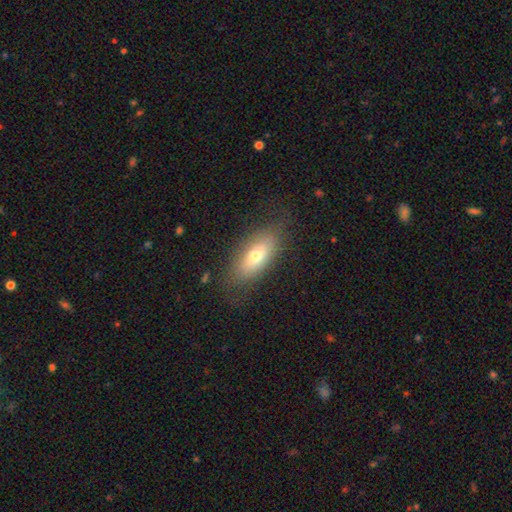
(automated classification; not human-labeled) Smooth or featured?
  - smooth: 66% *
  - featured or disk: 26%
  - star or artifact: 8%
How rounded?
  - in between: 80% *
  - cigar-shaped: 16%
  - round: 4%
Merging?
  - none: 78% *
  - minor disturbance: 15%
  - major disturbance: 6%
  - merger: 1%